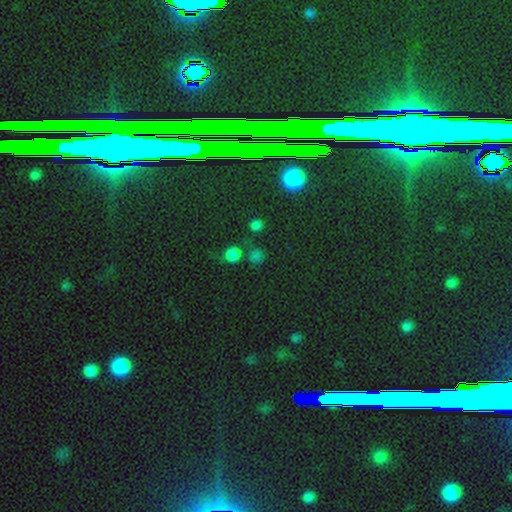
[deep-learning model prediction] Smooth or featured? smooth (63%)
How rounded? round (86%)
Merging? none (71%)